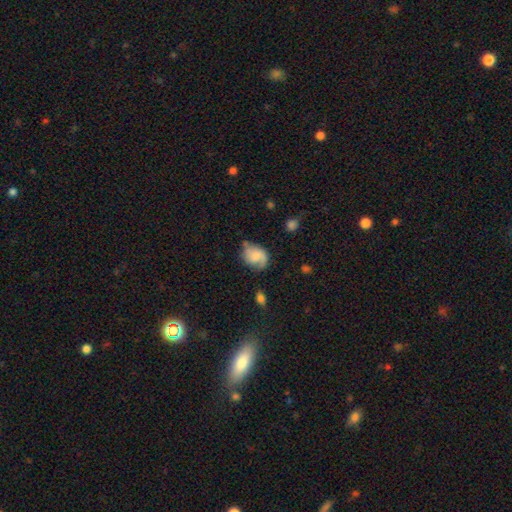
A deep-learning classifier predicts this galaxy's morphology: smooth_or_featured: smooth (p=0.49) [alt: featured or disk p=0.43]
merging: none (p=0.52) [alt: minor disturbance p=0.31]